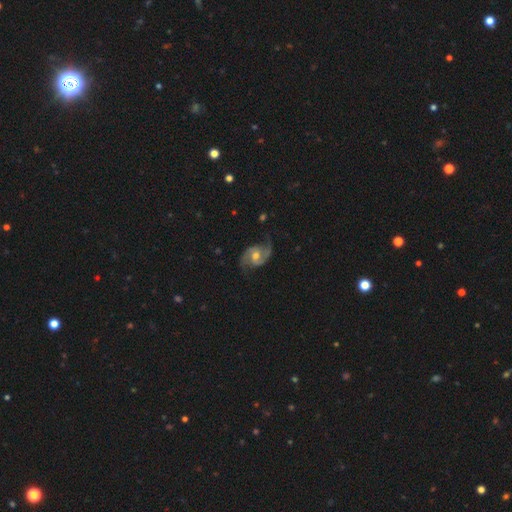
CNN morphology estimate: Smooth or featured? featured or disk (89%)
Edge-on disk? no (98%)
Bar? no (50%)
Spiral arms? yes (97%)
Spiral winding? medium (51%)
Spiral arm count? 2 (93%)
Bulge size? moderate (69%)
Merging? none (77%)